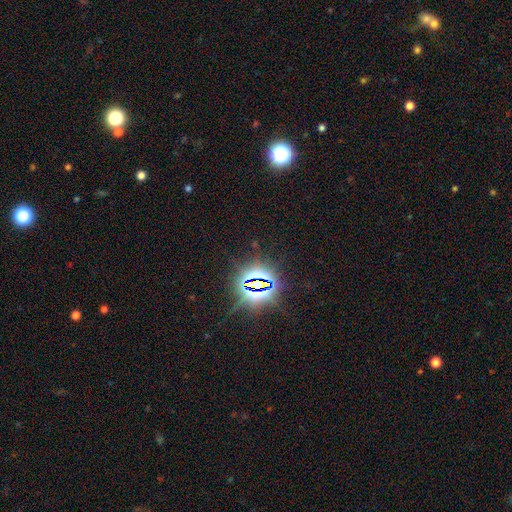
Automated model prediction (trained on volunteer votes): Morphology: type=star or artifact (82%).